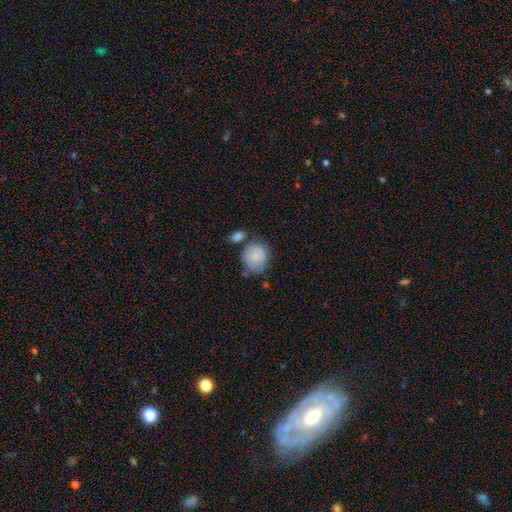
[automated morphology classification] This is clearly a smooth galaxy (80%). How rounded: likely round (72%). Merging: possibly none (57%).